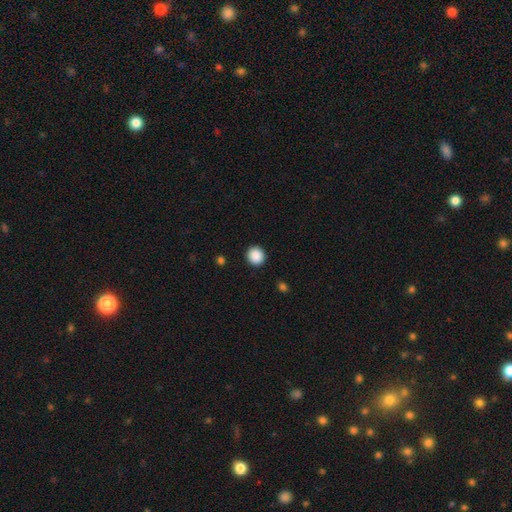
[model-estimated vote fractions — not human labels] Smooth or featured: smooth — 89% (star or artifact — 8%)
How rounded: round — 92% (in between — 7%)
Merging: none — 92% (minor disturbance — 5%)